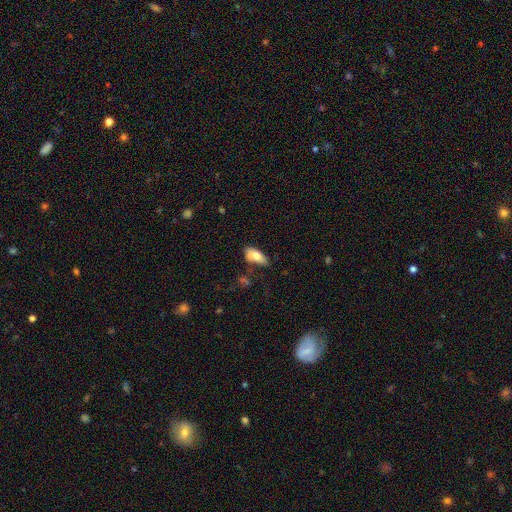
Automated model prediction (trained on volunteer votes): The model was most divided on "merging": none: 58%, minor disturbance: 28%, major disturbance: 8%, merger: 6%. More confident: how rounded — in between (89%); smooth or featured — smooth (76%).